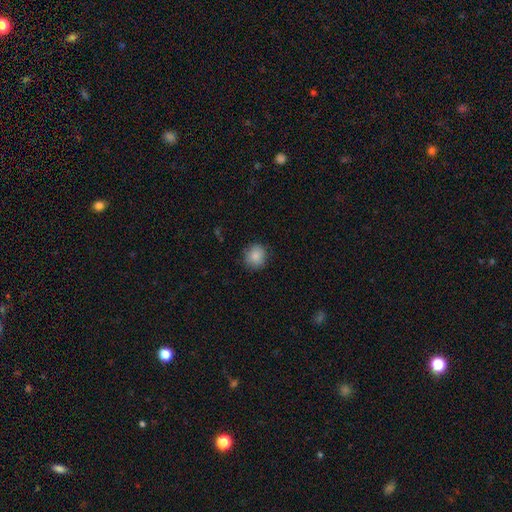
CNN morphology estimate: This is clearly a smooth galaxy (86%). How rounded: clearly round (88%). Merging: clearly none (85%).